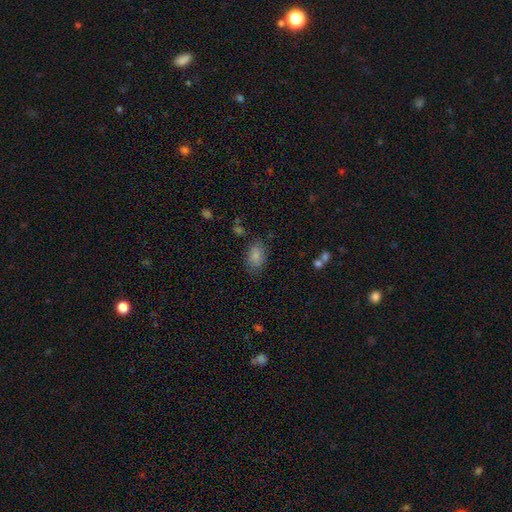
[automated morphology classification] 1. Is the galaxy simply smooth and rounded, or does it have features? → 84% smooth, 9% star or artifact, 8% featured or disk.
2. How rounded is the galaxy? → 88% in between, 11% round, 2% cigar-shaped.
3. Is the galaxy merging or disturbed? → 74% none, 18% minor disturbance, 5% major disturbance, 3% merger.